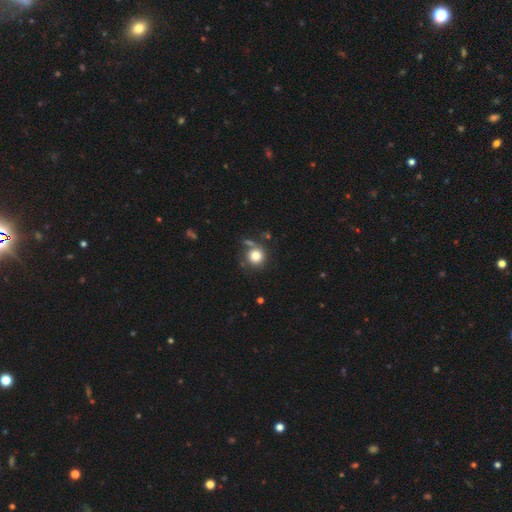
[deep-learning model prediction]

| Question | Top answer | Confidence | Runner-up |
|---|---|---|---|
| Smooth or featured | smooth | 81% | star or artifact (11%) |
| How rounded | round | 91% | in between (8%) |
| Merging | none | 71% | minor disturbance (13%) |